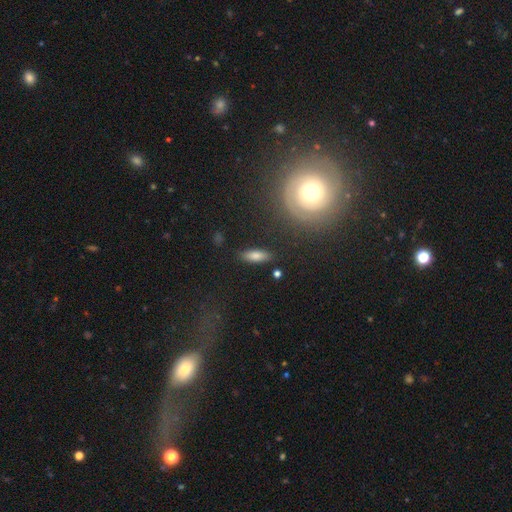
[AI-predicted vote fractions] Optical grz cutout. It shows a smooth galaxy with no disk features (78%) that is in between round and cigar-shaped (63%). Merging: none (85%).